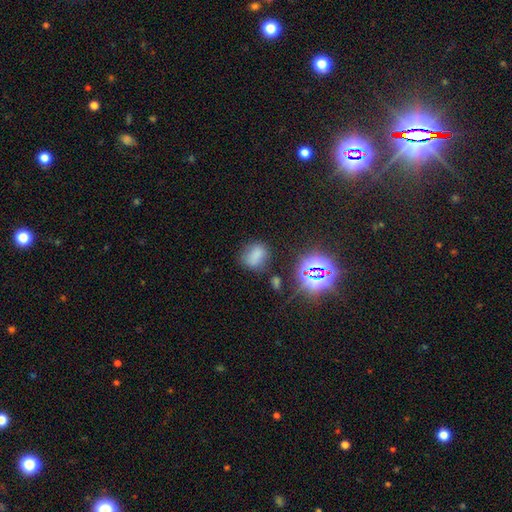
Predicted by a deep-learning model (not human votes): Morphology: type=smooth (69%); roundness=in between (59%); merging=none (63%).